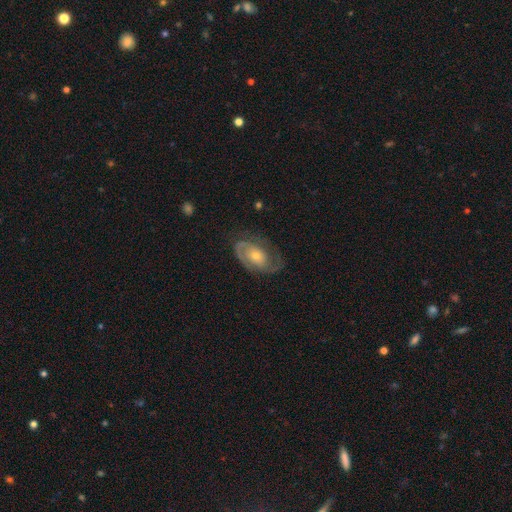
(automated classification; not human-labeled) This appears to be a featured or disk galaxy (83%) with no bar (69%), 2 (79%) tight (48%) spiral arms (94%) and a moderate central bulge (51%). Merging: none (73%).